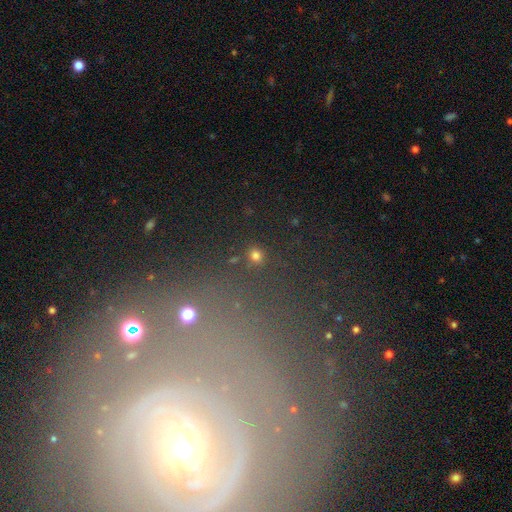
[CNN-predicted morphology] type=smooth (75%); roundness=round (85%); merging=none (83%).